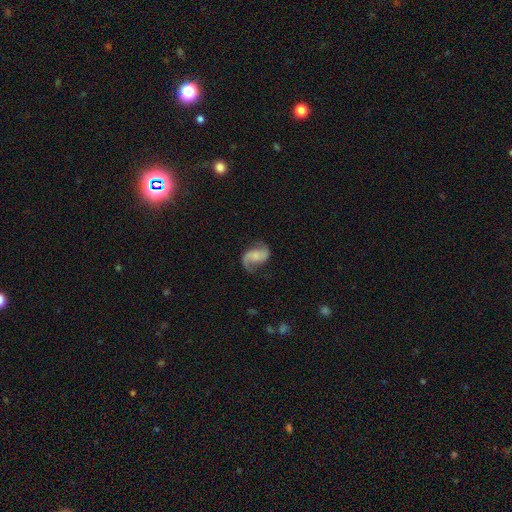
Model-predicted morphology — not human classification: Smooth or featured? Predicted: featured or disk (p=0.79). Edge-on disk? Predicted: no (p=0.98). Bar? Predicted: no (p=0.53). Spiral arms? Predicted: yes (p=0.95). Spiral winding? Predicted: loose (p=0.57). Spiral arm count? Predicted: 2 (p=0.83). Bulge size? Predicted: small (p=0.40). Merging? Predicted: none (p=0.65).